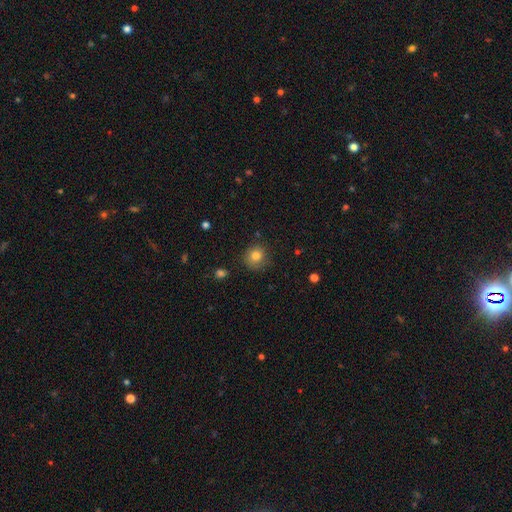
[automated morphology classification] A smooth galaxy with no disk features (81%) that is round (87%). Merging: none (76%).